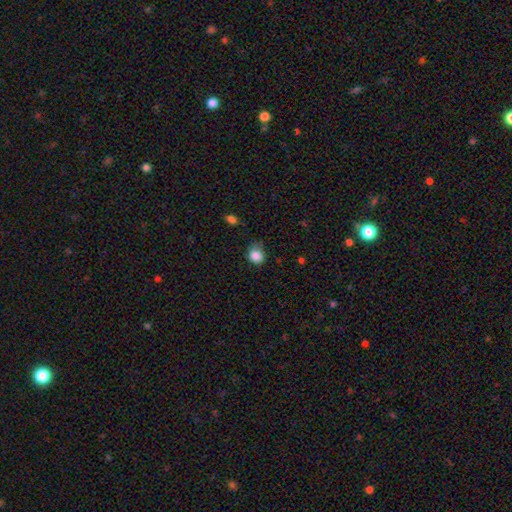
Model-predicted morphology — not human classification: Smooth or featured?
  - smooth: 86% *
  - star or artifact: 10%
  - featured or disk: 4%
How rounded?
  - round: 72% *
  - in between: 27%
  - cigar-shaped: 1%
Merging?
  - none: 54% *
  - minor disturbance: 35%
  - major disturbance: 9%
  - merger: 2%